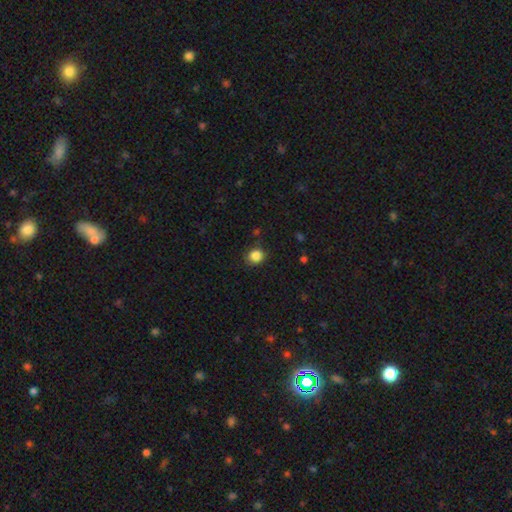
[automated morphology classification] A smooth galaxy with no disk features (86%) that is round (81%). Merging: none (79%).